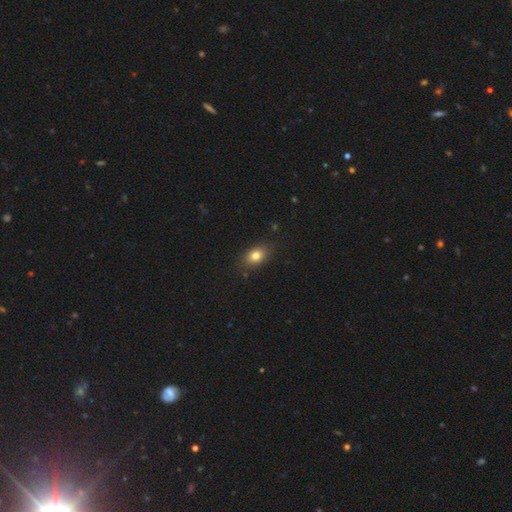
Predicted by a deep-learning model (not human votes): smooth_or_featured: smooth (p=0.80) [alt: star or artifact p=0.10]
how_rounded: in between (p=0.75) [alt: round p=0.22]
merging: none (p=0.84) [alt: minor disturbance p=0.12]